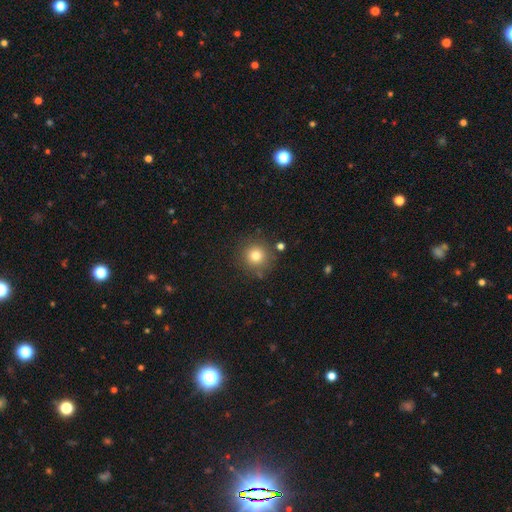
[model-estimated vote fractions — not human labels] smooth-or-featured: smooth: 78% | star or artifact: 14% | featured or disk: 8%
  how-rounded: round: 94% | in between: 5% | cigar-shaped: 1%
  merging: none: 85% | minor disturbance: 8% | merger: 3% | major disturbance: 3%